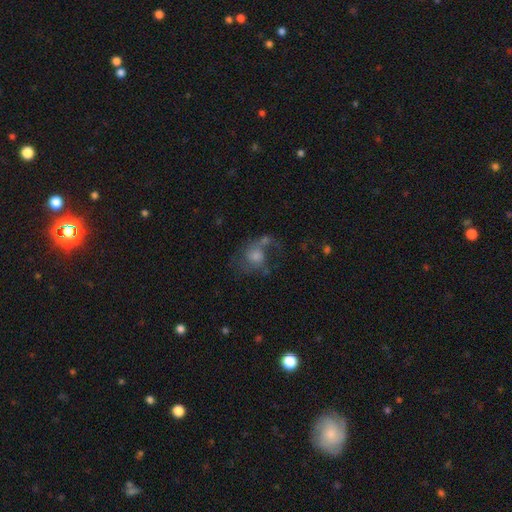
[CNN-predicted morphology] Overall: featured or disk (45%; smooth 39%). Merging: none (38%; major disturbance 28%).